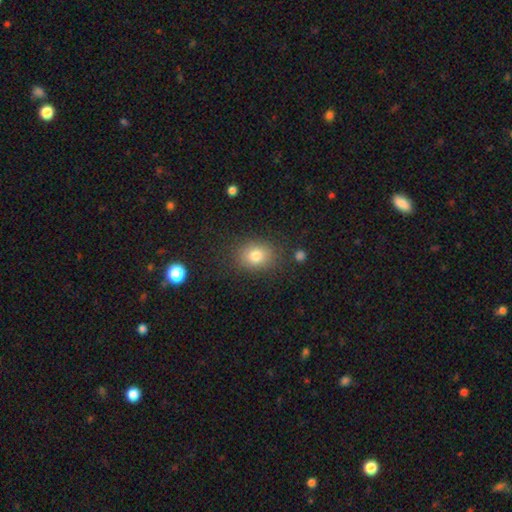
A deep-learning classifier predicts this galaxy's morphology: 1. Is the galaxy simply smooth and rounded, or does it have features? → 80% smooth, 11% star or artifact, 9% featured or disk.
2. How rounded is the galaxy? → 50% in between, 49% round, 1% cigar-shaped.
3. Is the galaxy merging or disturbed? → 82% none, 11% minor disturbance, 4% major disturbance, 2% merger.